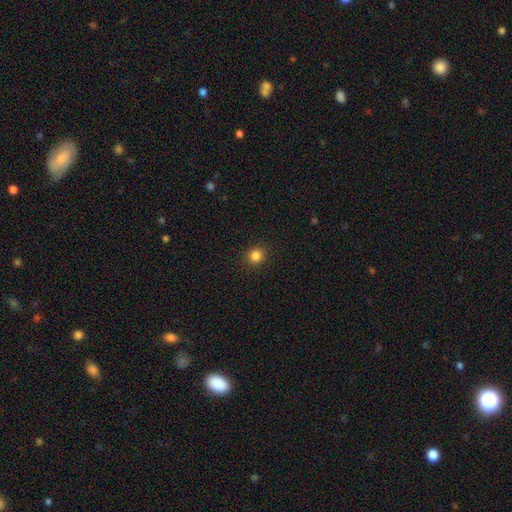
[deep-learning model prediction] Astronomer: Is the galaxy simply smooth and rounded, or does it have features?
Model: smooth — 84%.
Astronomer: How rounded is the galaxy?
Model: round — 88%.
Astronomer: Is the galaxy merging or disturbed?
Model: none — 91%.